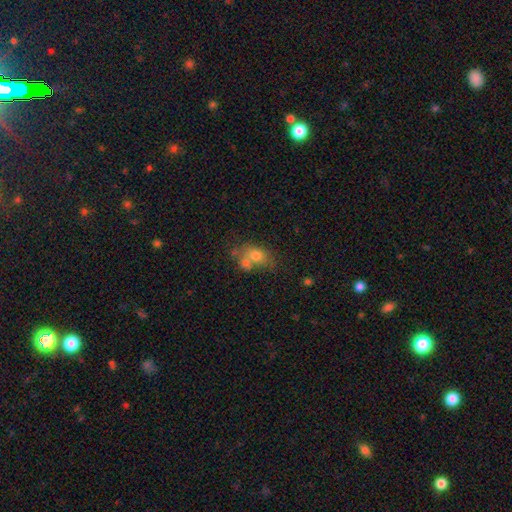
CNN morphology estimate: Smooth or featured? Predicted: smooth (p=0.69). How rounded? Predicted: in between (p=0.61). Merging? Predicted: merger (p=0.48).